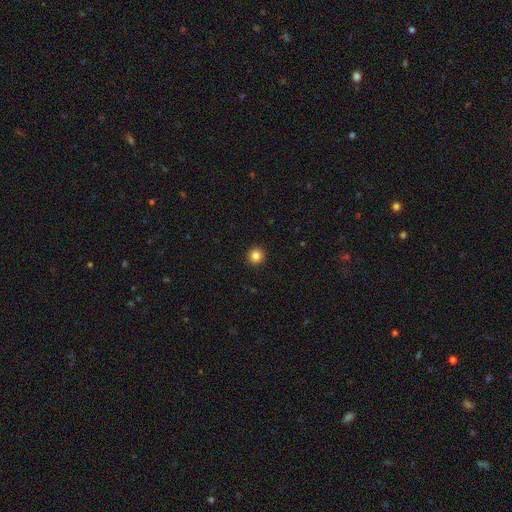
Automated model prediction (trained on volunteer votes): smooth 84%, star or artifact 11%, featured or disk 5%. Down the decision tree: how rounded — round (95%); merging — none (93%).